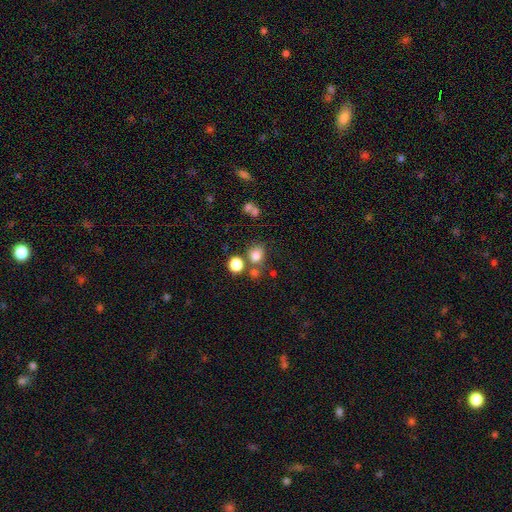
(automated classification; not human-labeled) This appears to be a smooth galaxy with no disk features (77%) that is round (62%). Merging: none (60%).